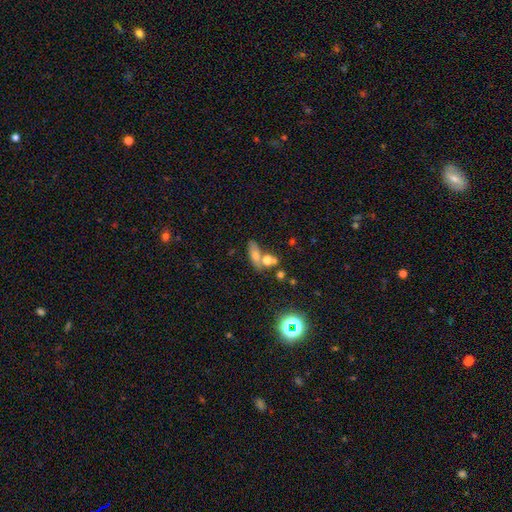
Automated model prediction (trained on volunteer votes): Q: Smooth or featured?
A: smooth (63%); runner-up: featured or disk (22%)
Q: How rounded?
A: in between (68%); runner-up: cigar-shaped (18%)
Q: Merging?
A: none (45%); runner-up: merger (34%)